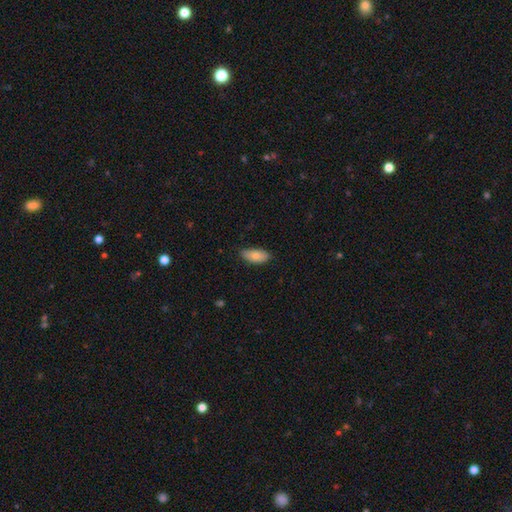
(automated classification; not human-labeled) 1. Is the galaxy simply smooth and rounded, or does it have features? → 78% smooth, 16% featured or disk, 7% star or artifact.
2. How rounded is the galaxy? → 90% in between, 7% cigar-shaped, 3% round.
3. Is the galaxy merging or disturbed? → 76% none, 20% minor disturbance, 3% major disturbance, 1% merger.